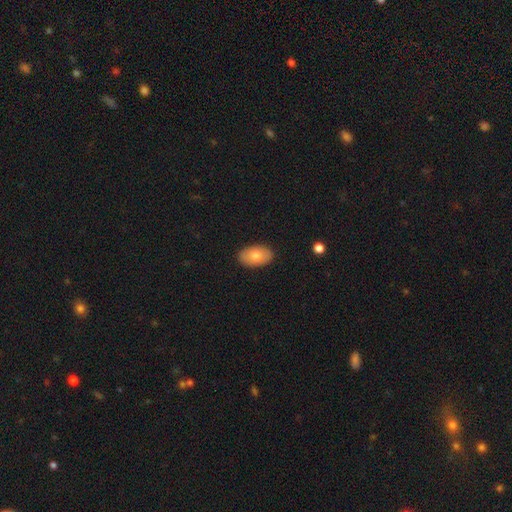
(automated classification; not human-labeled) The model was most divided on "smooth or featured": smooth: 77%, featured or disk: 17%, star or artifact: 6%. More confident: how rounded — in between (93%); merging — none (89%).